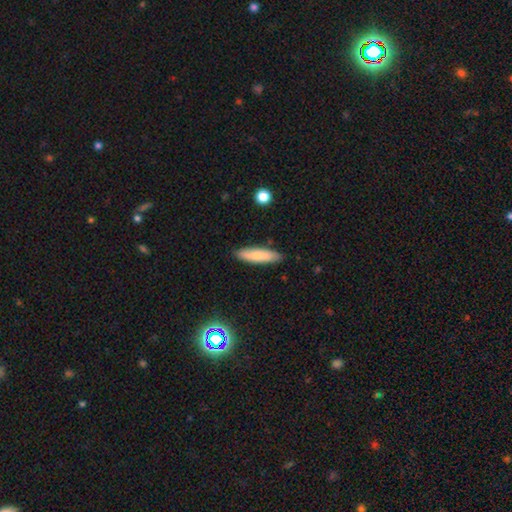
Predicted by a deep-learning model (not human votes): Smooth or featured? Predicted: smooth (p=0.80). How rounded? Predicted: cigar-shaped (p=0.69). Merging? Predicted: none (p=0.87).